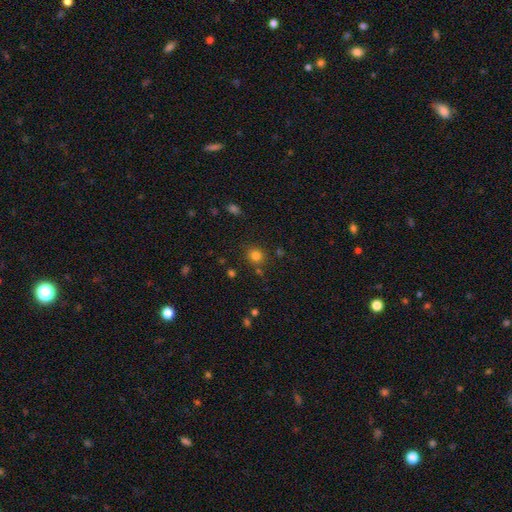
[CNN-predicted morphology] This is likely a smooth galaxy (79%). How rounded: clearly round (86%). Merging: clearly none (82%).